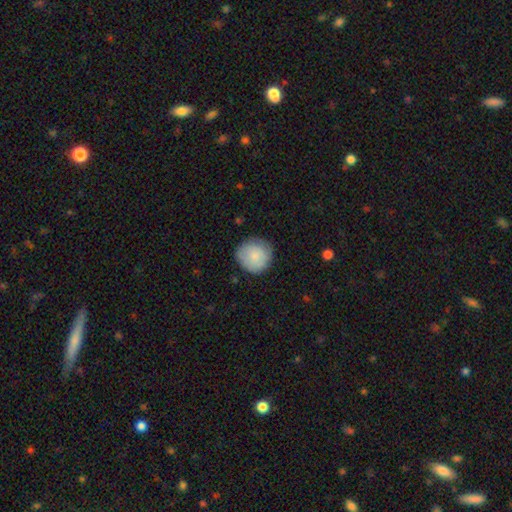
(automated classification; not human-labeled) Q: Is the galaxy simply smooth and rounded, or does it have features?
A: smooth — 84%.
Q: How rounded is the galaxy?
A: round — 92%.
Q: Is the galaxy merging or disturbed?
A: none — 79%.